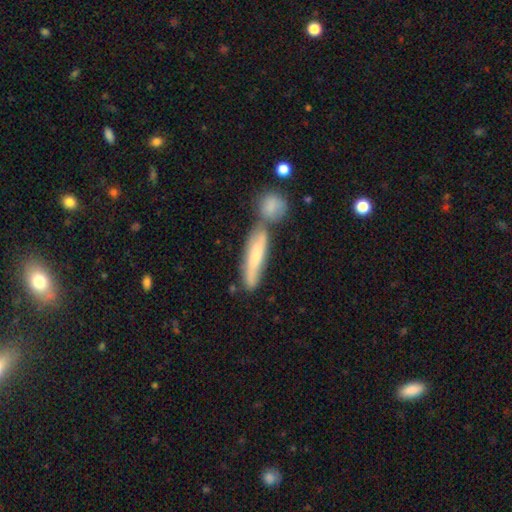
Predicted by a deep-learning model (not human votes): A smooth galaxy with no disk features (60%) that is cigar-shaped (79%). Merging: none (48%).